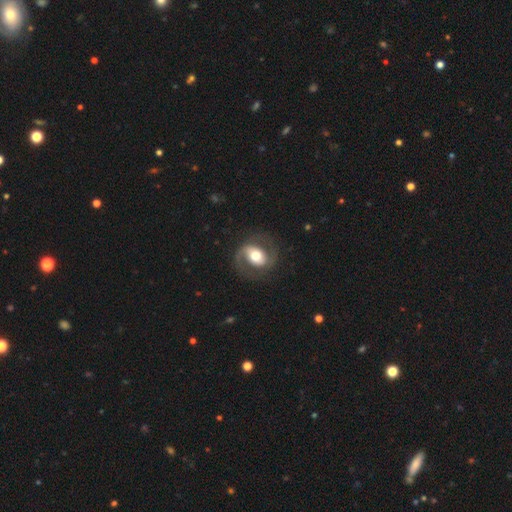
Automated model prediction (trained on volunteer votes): Smooth or featured: featured or disk — 76% (smooth — 18%)
Edge-on disk: no — 97% (yes — 3%)
Bar: no — 39% (weak — 36%)
Spiral arms: yes — 88% (no — 12%)
Spiral winding: medium — 52% (loose — 26%)
Spiral arm count: 2 — 88% (1 — 6%)
Bulge size: moderate — 57% (large — 31%)
Merging: none — 76% (minor disturbance — 13%)